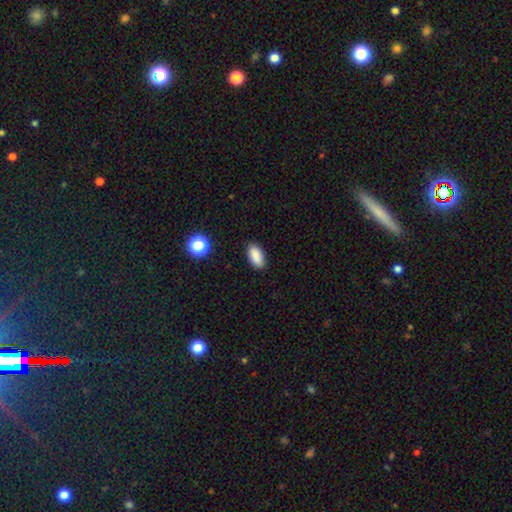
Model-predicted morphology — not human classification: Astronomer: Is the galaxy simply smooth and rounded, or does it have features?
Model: smooth — 87%.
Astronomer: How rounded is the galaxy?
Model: in between — 92%.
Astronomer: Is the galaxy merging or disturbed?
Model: none — 86%.